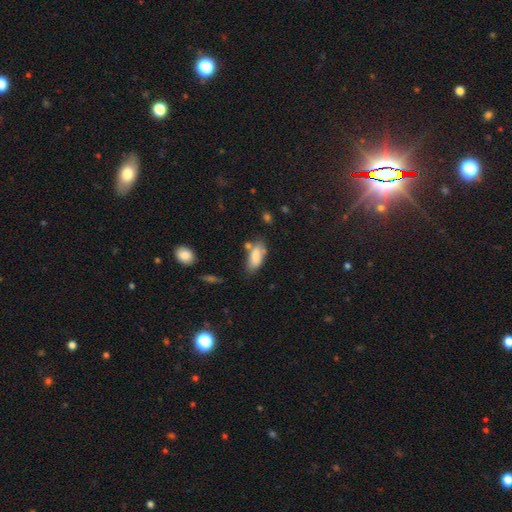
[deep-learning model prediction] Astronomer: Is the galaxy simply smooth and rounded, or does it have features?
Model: smooth — 80%.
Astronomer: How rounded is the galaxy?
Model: in between — 83%.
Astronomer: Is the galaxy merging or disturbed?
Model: none — 57%.